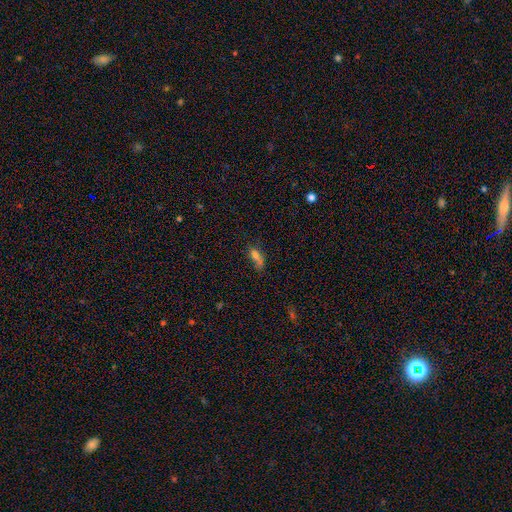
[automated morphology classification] The model was most divided on "merging": none: 36%, minor disturbance: 26%, major disturbance: 23%, merger: 16%. More confident: how rounded — in between (67%); smooth or featured — smooth (66%).